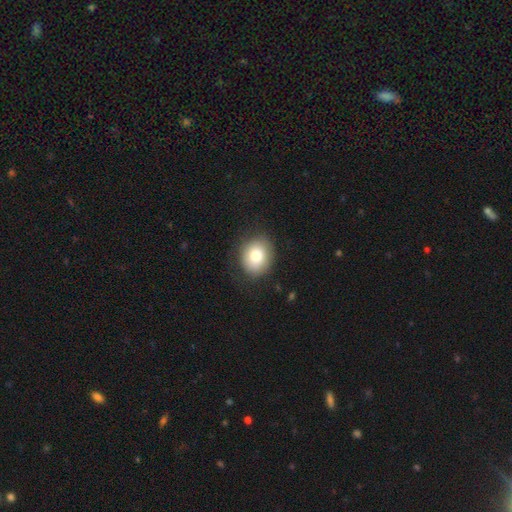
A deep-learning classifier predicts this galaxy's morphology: Smooth or featured: smooth — 79% (featured or disk — 13%)
How rounded: round — 59% (in between — 40%)
Merging: none — 82% (minor disturbance — 12%)